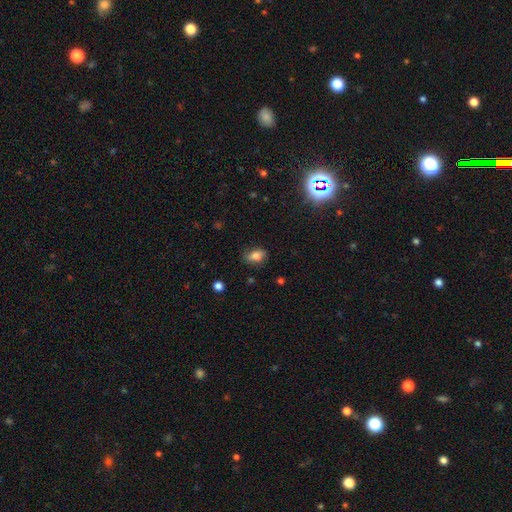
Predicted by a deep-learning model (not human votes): Morphology: type=smooth (76%); roundness=in between (82%); merging=none (73%).